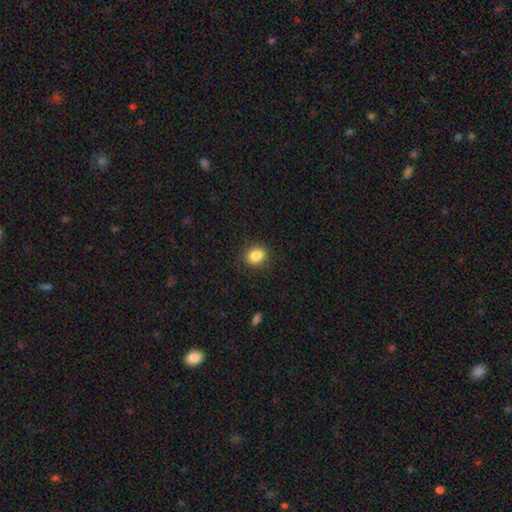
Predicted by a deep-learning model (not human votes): Smooth or featured?
  - smooth: 85% *
  - star or artifact: 10%
  - featured or disk: 5%
How rounded?
  - round: 66% *
  - in between: 33%
  - cigar-shaped: 1%
Merging?
  - none: 88% *
  - minor disturbance: 8%
  - major disturbance: 3%
  - merger: 1%